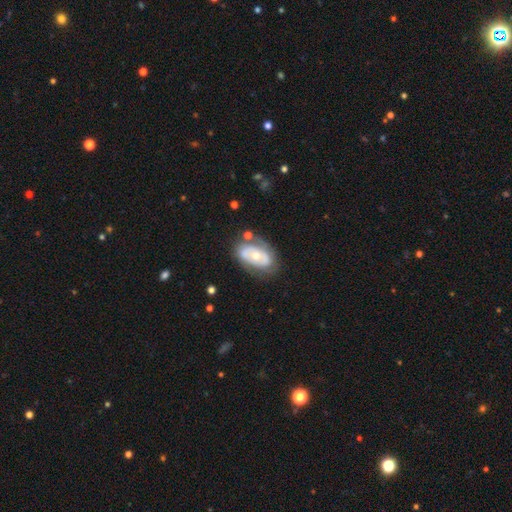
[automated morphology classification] Smooth or featured: featured or disk — 60% (smooth — 35%)
Edge-on disk: no — 93% (yes — 7%)
Bar: no — 83% (weak — 12%)
Spiral arms: no — 64% (yes — 36%)
Bulge size: moderate — 62% (small — 32%)
Merging: none — 64% (minor disturbance — 21%)